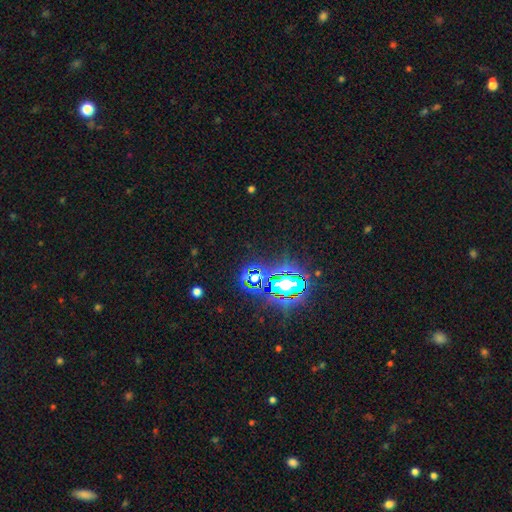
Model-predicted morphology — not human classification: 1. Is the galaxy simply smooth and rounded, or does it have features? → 82% star or artifact, 11% smooth, 7% featured or disk.